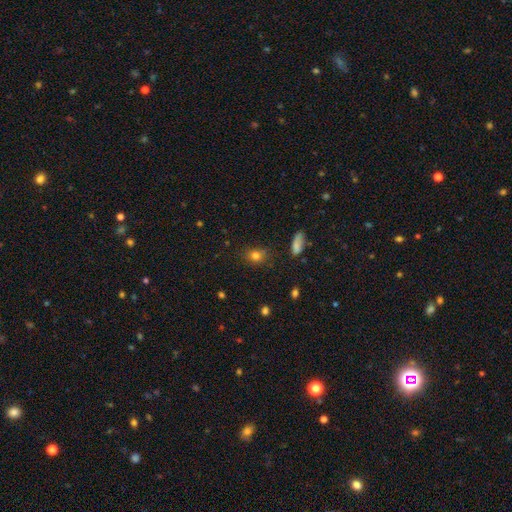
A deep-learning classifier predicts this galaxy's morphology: type=smooth (77%); roundness=round (54%); merging=none (77%).